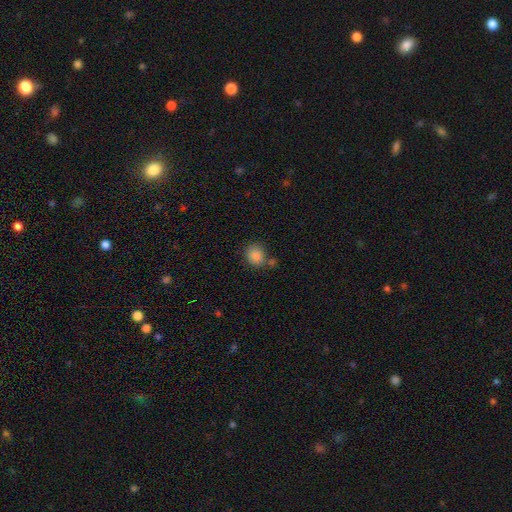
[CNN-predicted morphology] A smooth galaxy with no disk features (86%) that is round (64%). Merging: none (66%).